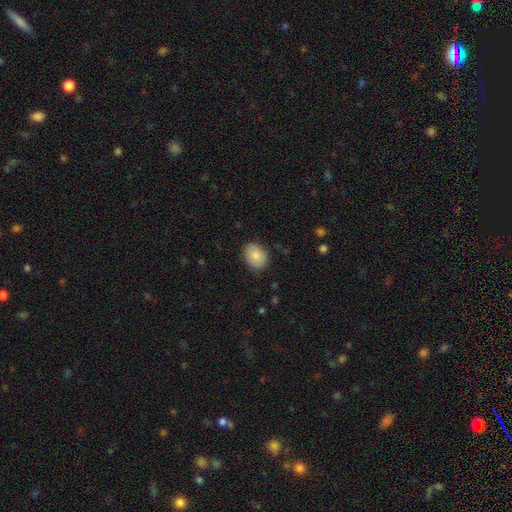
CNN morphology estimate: type=smooth (82%); roundness=in between (60%); merging=none (82%).